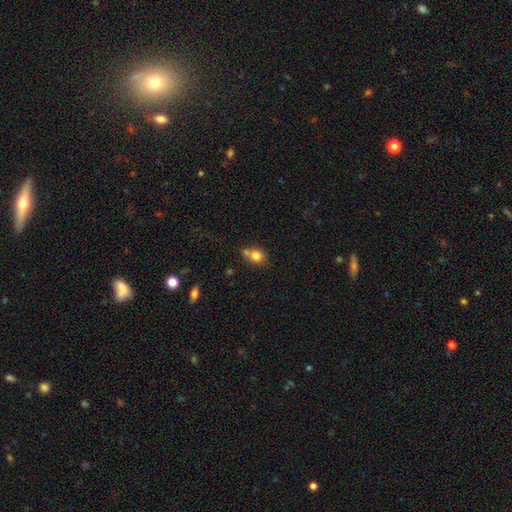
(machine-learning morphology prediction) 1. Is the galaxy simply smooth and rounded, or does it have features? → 80% smooth, 10% star or artifact, 10% featured or disk.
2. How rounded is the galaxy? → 68% round, 31% in between, 1% cigar-shaped.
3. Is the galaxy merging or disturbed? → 51% none, 30% merger, 15% minor disturbance, 4% major disturbance.